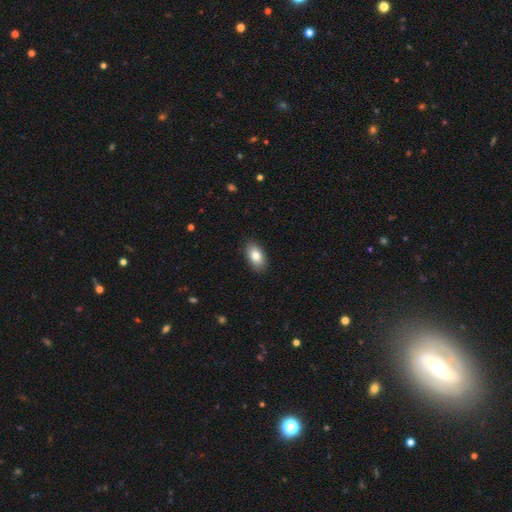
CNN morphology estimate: Smooth or featured? smooth (82%)
How rounded? in between (92%)
Merging? none (88%)